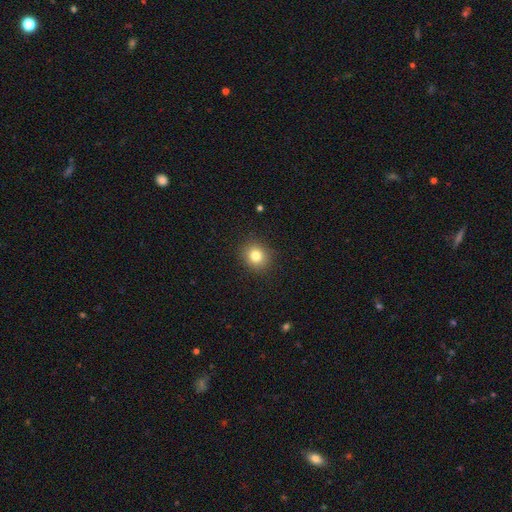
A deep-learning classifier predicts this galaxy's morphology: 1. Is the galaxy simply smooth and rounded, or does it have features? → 81% smooth, 12% star or artifact, 7% featured or disk.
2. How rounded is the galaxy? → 83% round, 16% in between, 1% cigar-shaped.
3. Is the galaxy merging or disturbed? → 90% none, 7% minor disturbance, 2% major disturbance, 1% merger.